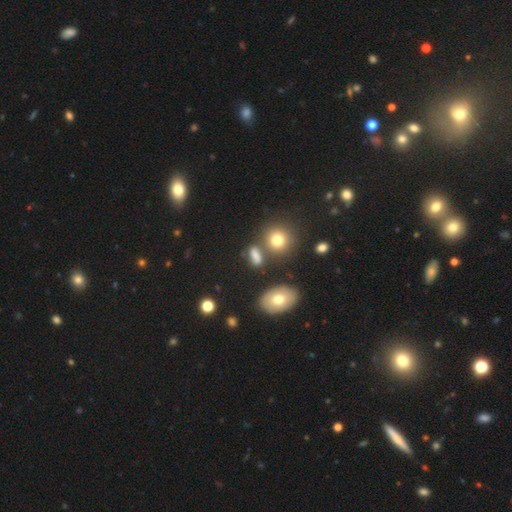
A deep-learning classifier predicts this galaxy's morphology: Smooth or featured? Predicted: smooth (p=0.73). How rounded? Predicted: in between (p=0.65). Merging? Predicted: none (p=0.67).